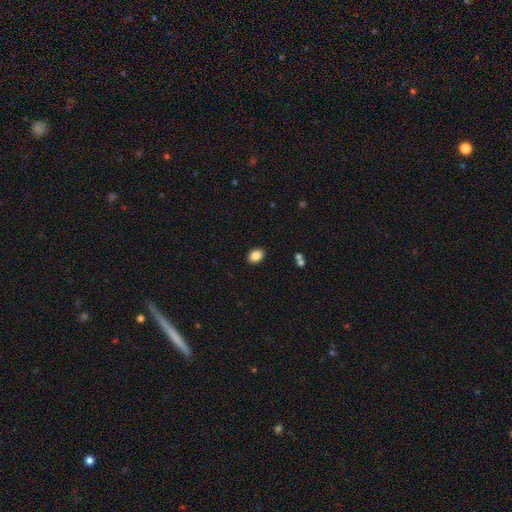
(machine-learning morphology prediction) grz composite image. It shows a smooth galaxy with no disk features (87%) that is in between round and cigar-shaped (69%). Merging: none (90%).